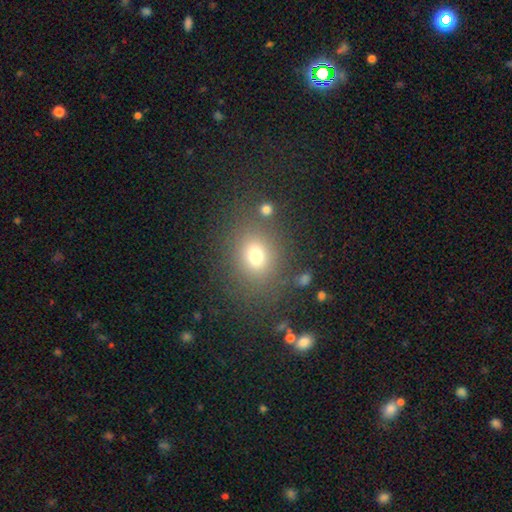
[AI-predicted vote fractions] Smooth or featured? Predicted: smooth (p=0.72). How rounded? Predicted: round (p=0.57). Merging? Predicted: none (p=0.77).